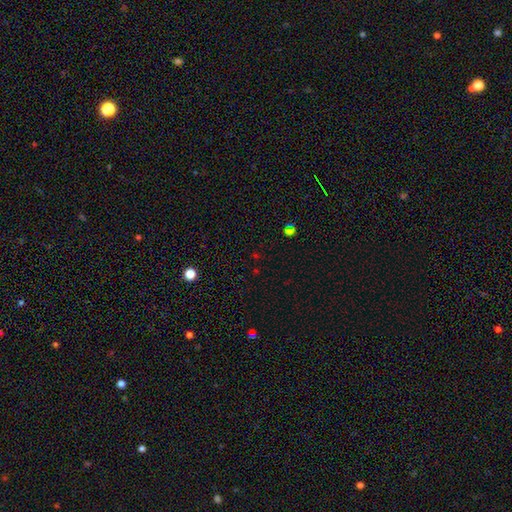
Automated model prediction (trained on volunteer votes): Smooth or featured: star or artifact — 60% (smooth — 32%)